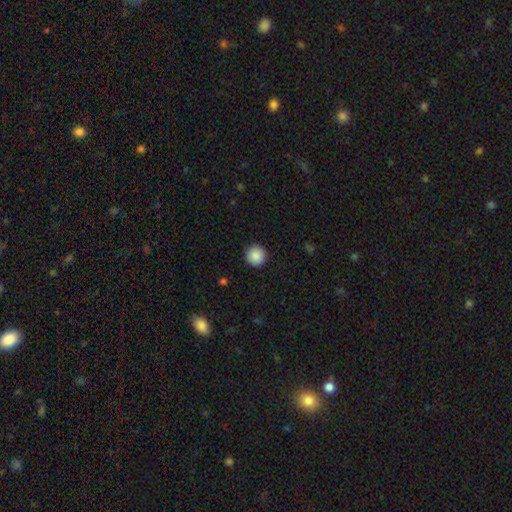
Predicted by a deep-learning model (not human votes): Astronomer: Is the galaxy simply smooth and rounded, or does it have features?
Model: smooth — 89%.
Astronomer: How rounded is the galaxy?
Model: round — 95%.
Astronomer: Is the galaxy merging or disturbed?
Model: none — 92%.